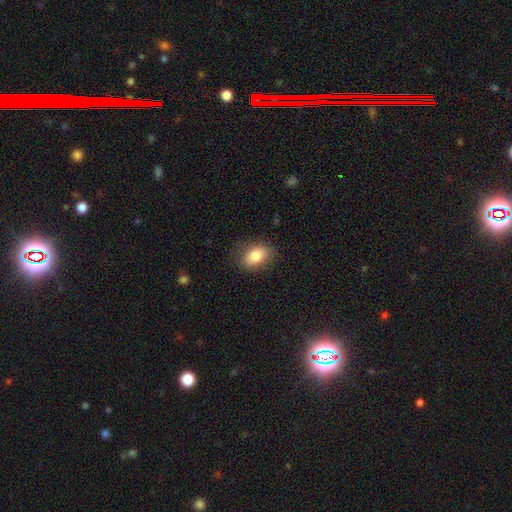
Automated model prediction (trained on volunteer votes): A smooth galaxy with no disk features (82%) that is in between round and cigar-shaped (85%).

Vote fractions:
- Smooth or featured? smooth: 82% / featured or disk: 10% / star or artifact: 8%
- How rounded? in between: 85% / round: 13% / cigar-shaped: 2%
- Merging? none: 77% / minor disturbance: 17% / major disturbance: 5% / merger: 1%